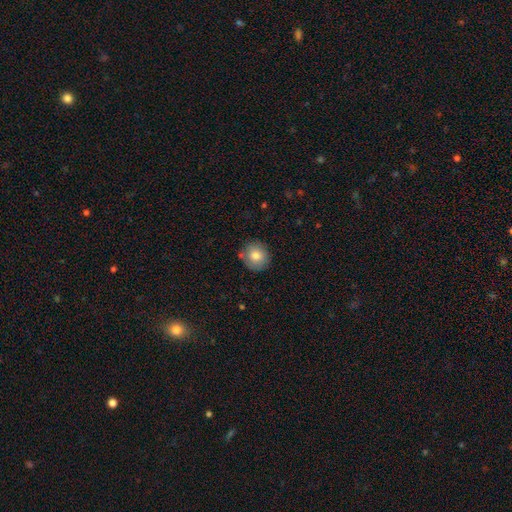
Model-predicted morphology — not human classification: Smooth or featured?
  - smooth: 80% *
  - featured or disk: 12%
  - star or artifact: 8%
How rounded?
  - round: 88% *
  - in between: 11%
  - cigar-shaped: 1%
Merging?
  - none: 80% *
  - minor disturbance: 13%
  - merger: 4%
  - major disturbance: 3%